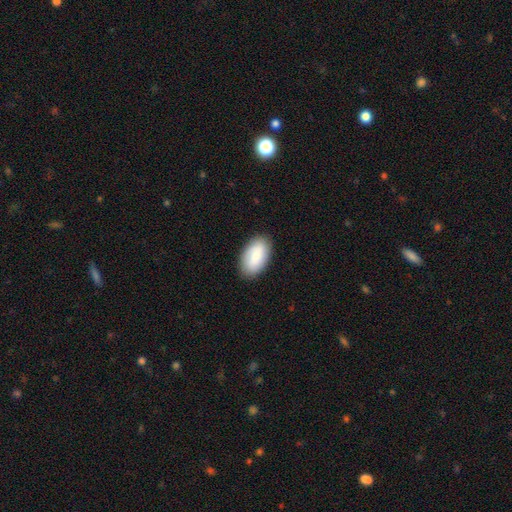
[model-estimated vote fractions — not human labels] smooth_or_featured: smooth (p=0.83) [alt: featured or disk p=0.11]
how_rounded: in between (p=0.95) [alt: round p=0.03]
merging: none (p=0.87) [alt: minor disturbance p=0.10]